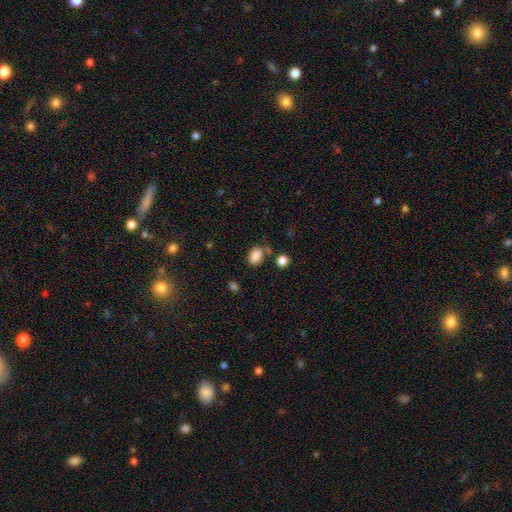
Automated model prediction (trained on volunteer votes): Smooth or featured? smooth (85%)
How rounded? in between (72%)
Merging? none (68%)